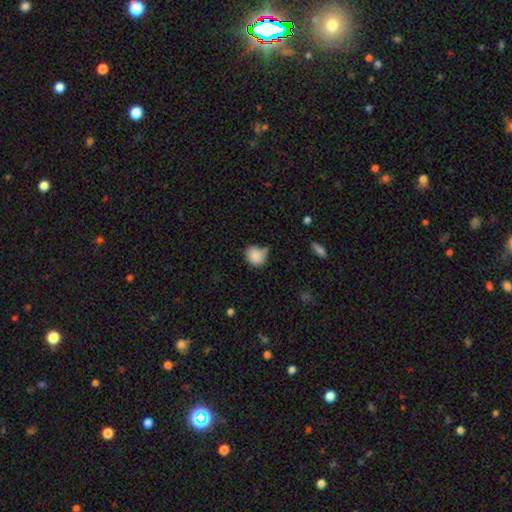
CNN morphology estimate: A smooth galaxy with no disk features (85%) that is round (70%). Merging: none (54%).